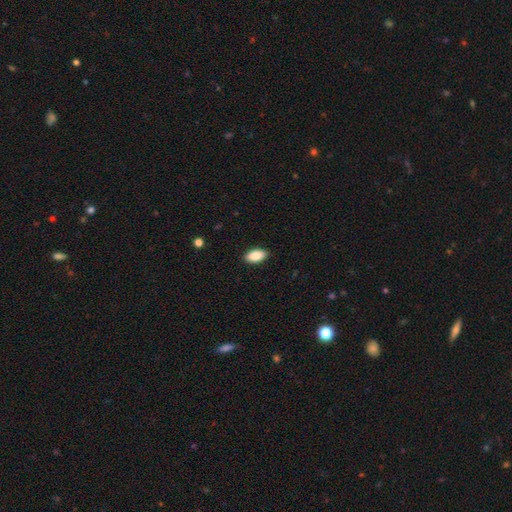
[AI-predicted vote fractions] smooth 88%, star or artifact 7%, featured or disk 6%. Down the decision tree: how rounded — in between (93%); merging — none (89%).